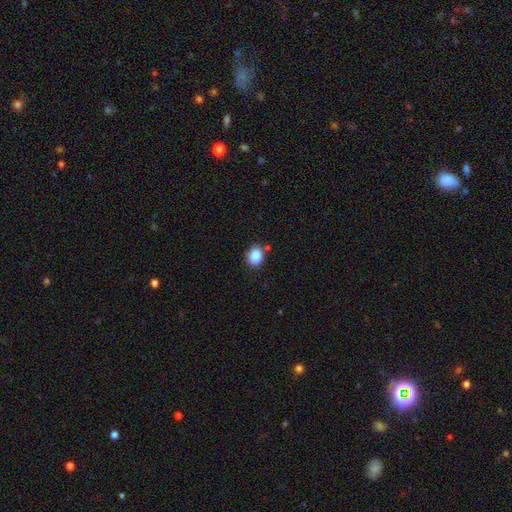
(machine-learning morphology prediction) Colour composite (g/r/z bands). It shows a smooth galaxy with no disk features (86%) that is round (53%). Merging: none (77%).